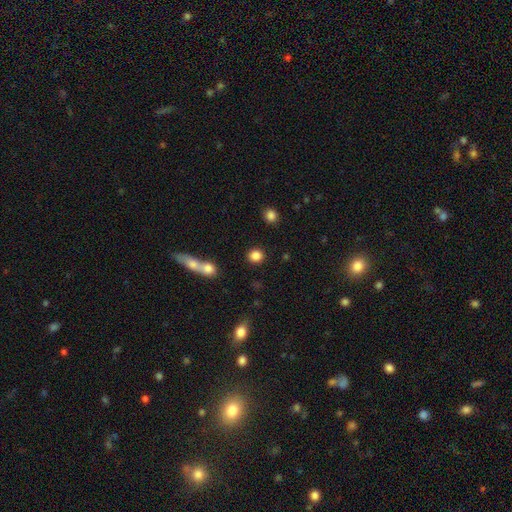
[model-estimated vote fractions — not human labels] smooth 85%, star or artifact 10%, featured or disk 5%. Down the decision tree: how rounded — round (87%); merging — none (85%).